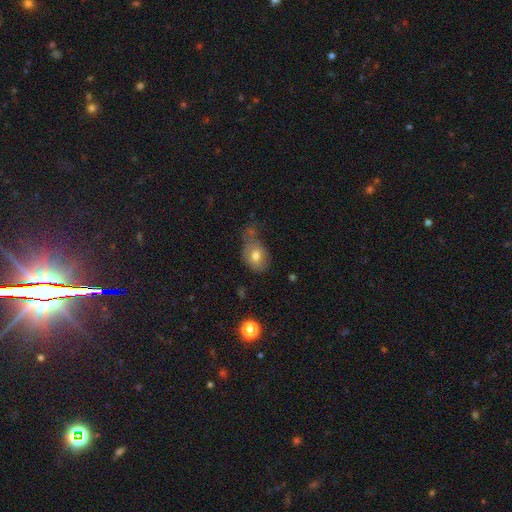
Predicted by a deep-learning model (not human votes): Smooth or featured? Predicted: smooth (p=0.73). How rounded? Predicted: in between (p=0.63). Merging? Predicted: none (p=0.36).